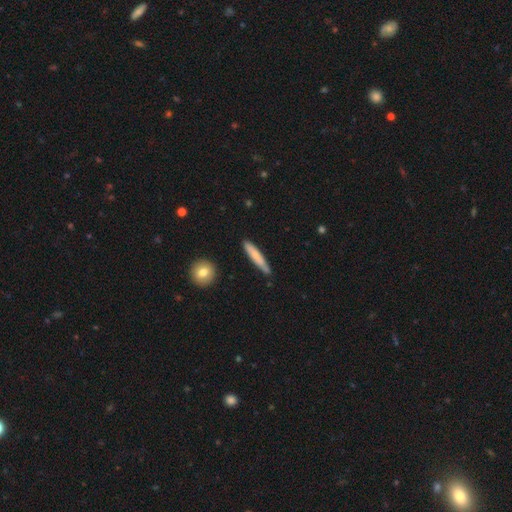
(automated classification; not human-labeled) Morphology: type=smooth (68%); roundness=cigar-shaped (90%); merging=none (80%).